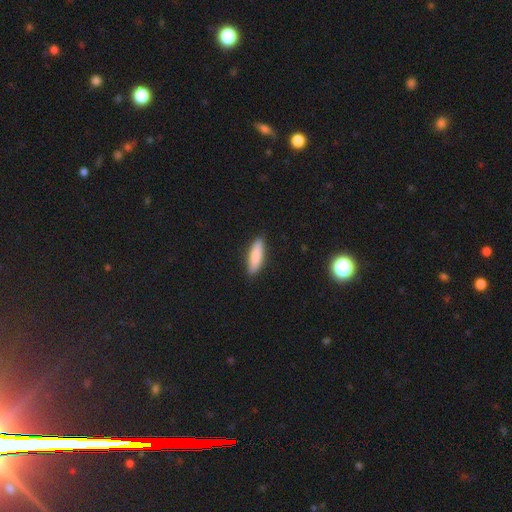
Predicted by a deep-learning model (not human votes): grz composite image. It shows a smooth galaxy with no disk features (83%) that is cigar-shaped (63%). Merging: none (88%).